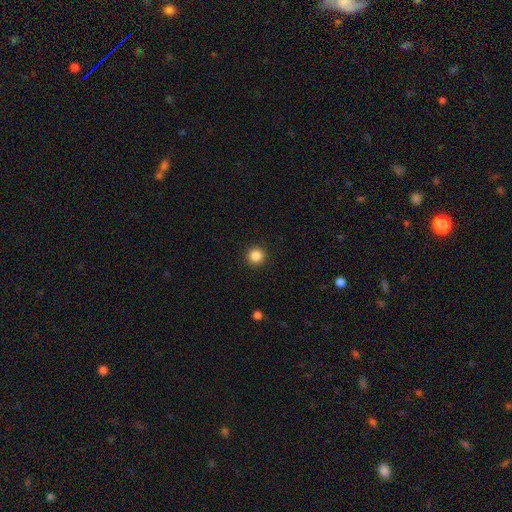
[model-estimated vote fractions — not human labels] Smooth or featured? Predicted: smooth (p=0.86). How rounded? Predicted: round (p=0.96). Merging? Predicted: none (p=0.93).